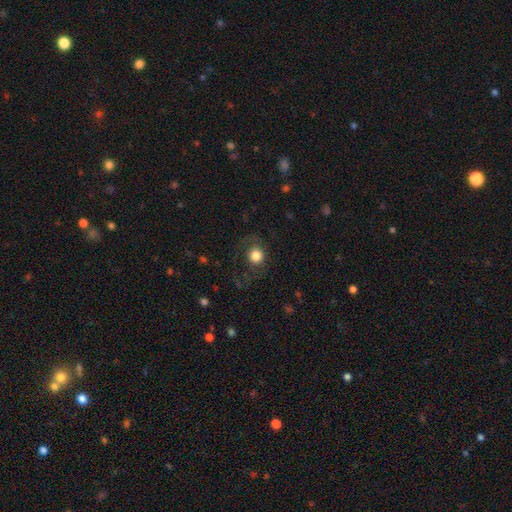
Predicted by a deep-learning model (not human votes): Morphology: type=smooth (76%); roundness=round (84%); merging=none (65%).